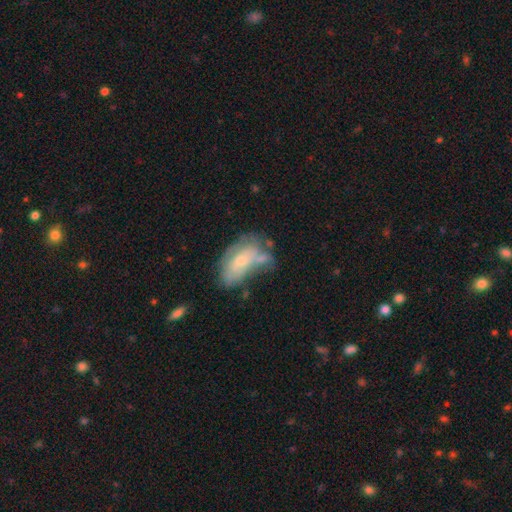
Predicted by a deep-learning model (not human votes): Morphology: type=featured or disk (47%); merging=none (33%).